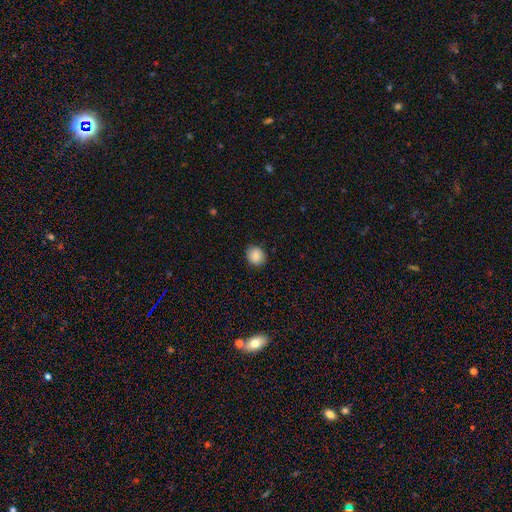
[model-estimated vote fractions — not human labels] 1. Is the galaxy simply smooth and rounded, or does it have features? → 86% smooth, 9% star or artifact, 6% featured or disk.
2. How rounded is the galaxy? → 75% round, 24% in between, 1% cigar-shaped.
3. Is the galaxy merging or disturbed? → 87% none, 10% minor disturbance, 2% major disturbance, 1% merger.